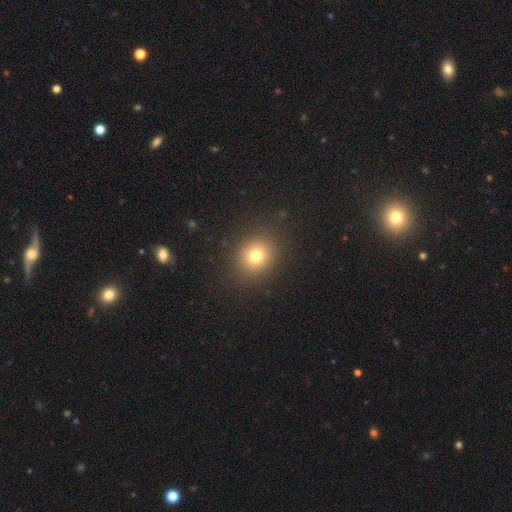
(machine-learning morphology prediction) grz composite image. It shows a smooth galaxy with no disk features (74%) that is round (81%). Merging: none (88%).